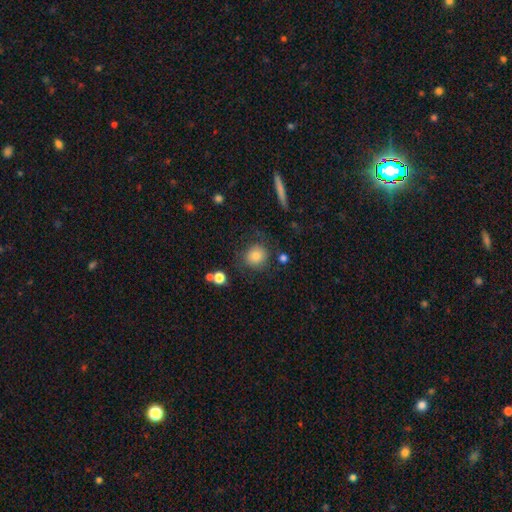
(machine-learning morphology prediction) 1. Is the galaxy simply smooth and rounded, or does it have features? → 79% smooth, 11% featured or disk, 11% star or artifact.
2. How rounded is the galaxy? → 85% round, 14% in between, 1% cigar-shaped.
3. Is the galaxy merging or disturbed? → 72% none, 15% minor disturbance, 9% major disturbance, 4% merger.